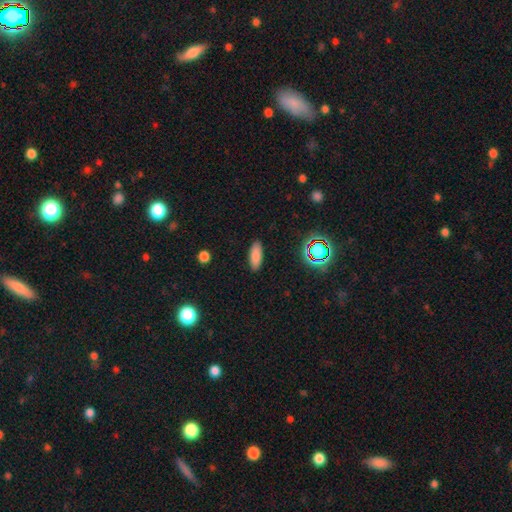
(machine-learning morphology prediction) A smooth galaxy with no disk features (83%) that is in between round and cigar-shaped (71%). Merging: none (90%).